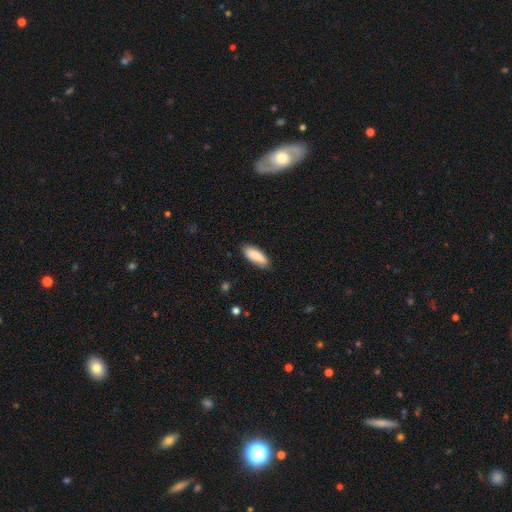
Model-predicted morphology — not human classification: type=smooth (87%); roundness=in between (64%); merging=none (82%).